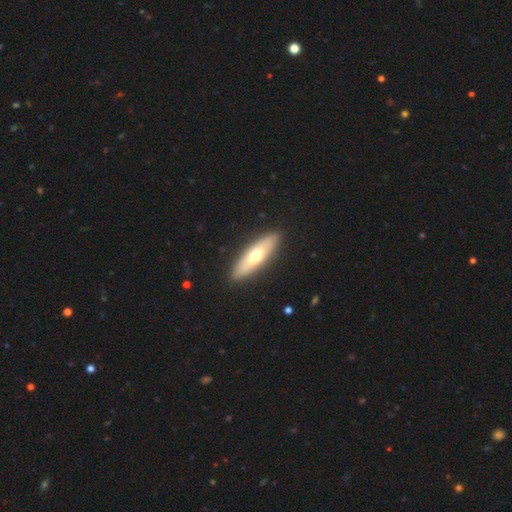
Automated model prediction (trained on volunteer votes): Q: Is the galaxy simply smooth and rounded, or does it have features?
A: smooth — 54%.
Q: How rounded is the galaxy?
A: cigar-shaped — 54%.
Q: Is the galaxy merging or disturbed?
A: none — 90%.